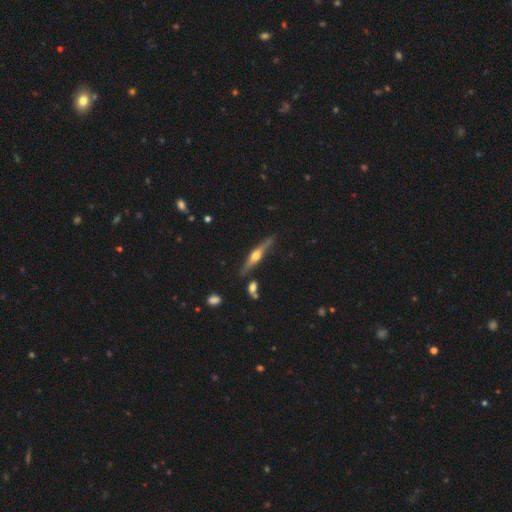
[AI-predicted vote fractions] Overall: featured or disk (73%). Edge-on disk: yes (97%). Edge-on bulge: rounded (93%). Merging: none (83%).